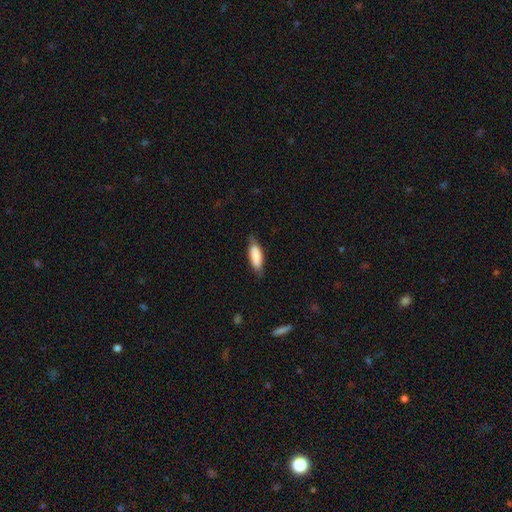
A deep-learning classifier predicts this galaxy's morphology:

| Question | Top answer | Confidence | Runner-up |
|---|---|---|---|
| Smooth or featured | smooth | 84% | featured or disk (10%) |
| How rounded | in between | 68% | cigar-shaped (30%) |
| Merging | none | 73% | minor disturbance (21%) |